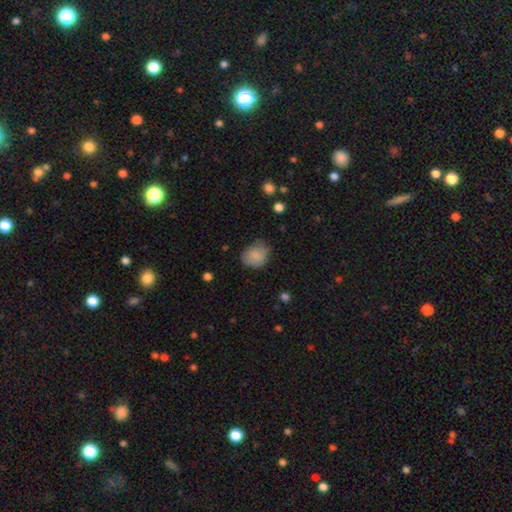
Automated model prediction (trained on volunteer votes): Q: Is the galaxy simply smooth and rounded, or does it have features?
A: smooth — 84%.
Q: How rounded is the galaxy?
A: round — 56%.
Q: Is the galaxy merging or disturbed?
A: none — 65%.